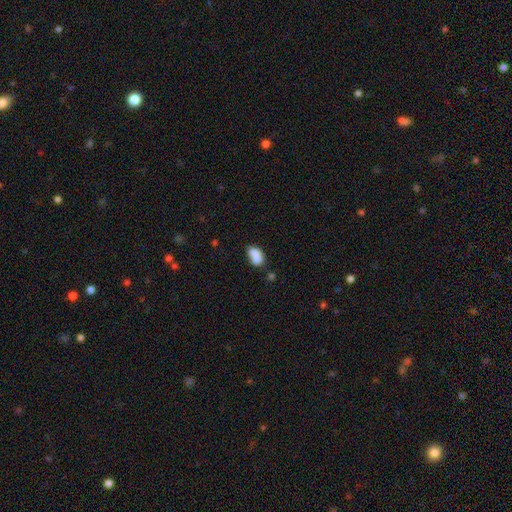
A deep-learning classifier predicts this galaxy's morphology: Smooth or featured: smooth — 77% (featured or disk — 14%)
How rounded: in between — 84% (round — 14%)
Merging: merger — 39% (none — 35%)